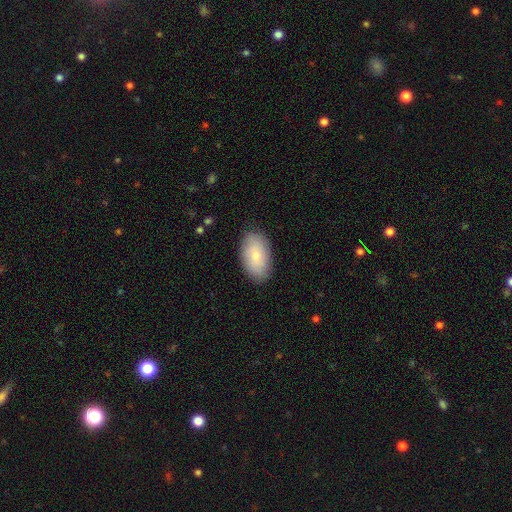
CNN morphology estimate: This is likely a smooth galaxy (78%). How rounded: clearly in between (94%). Merging: clearly none (85%).